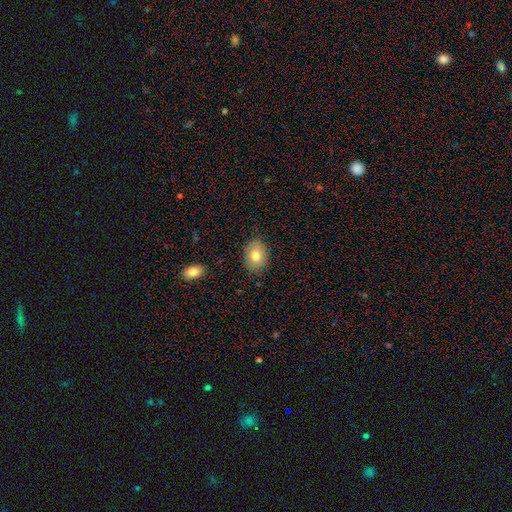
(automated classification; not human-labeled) A smooth galaxy with no disk features (79%) that is in between round and cigar-shaped (62%).

Vote fractions:
- Smooth or featured? smooth: 79% / featured or disk: 13% / star or artifact: 8%
- How rounded? in between: 62% / round: 37% / cigar-shaped: 1%
- Merging? none: 85% / minor disturbance: 11% / major disturbance: 2% / merger: 1%